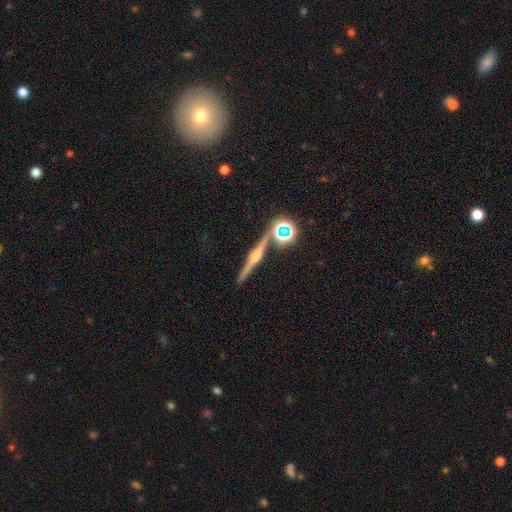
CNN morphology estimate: Smooth or featured? Predicted: featured or disk (p=0.78). Edge-on disk? Predicted: yes (p=0.98). Edge-on bulge? Predicted: rounded (p=0.86). Merging? Predicted: none (p=0.87).